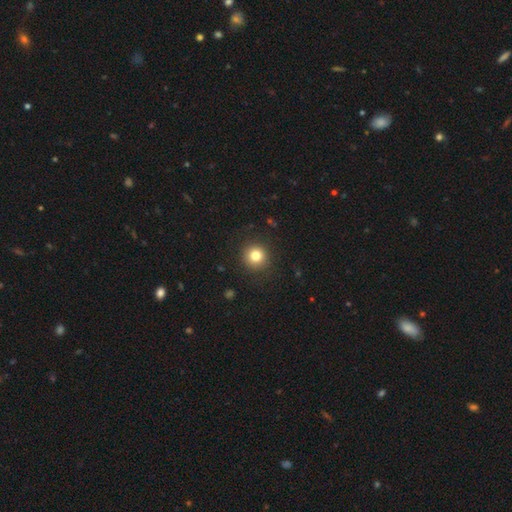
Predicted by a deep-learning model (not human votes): smooth-or-featured: smooth: 82% | star or artifact: 11% | featured or disk: 7%
  how-rounded: round: 93% | in between: 6% | cigar-shaped: 1%
  merging: none: 90% | minor disturbance: 6% | major disturbance: 2% | merger: 1%